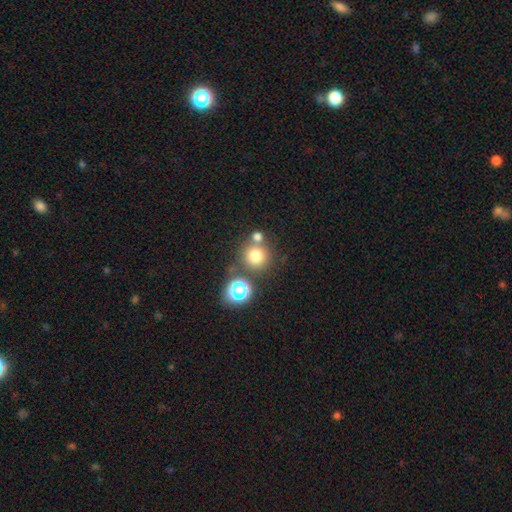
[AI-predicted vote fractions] smooth-or-featured: smooth: 71% | star or artifact: 20% | featured or disk: 10%
  how-rounded: round: 91% | in between: 8% | cigar-shaped: 1%
  merging: none: 67% | merger: 21% | minor disturbance: 8% | major disturbance: 4%